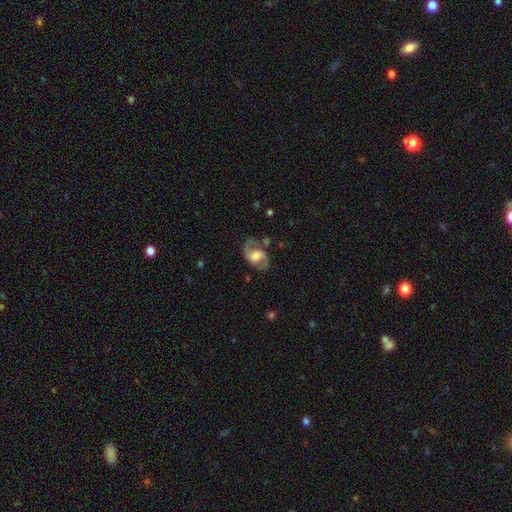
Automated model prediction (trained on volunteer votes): This appears to be a featured or disk galaxy (78%) with no bar (46%), 2 (89%) medium (52%) spiral arms (91%) and a moderate central bulge (48%). Merging: none (70%).